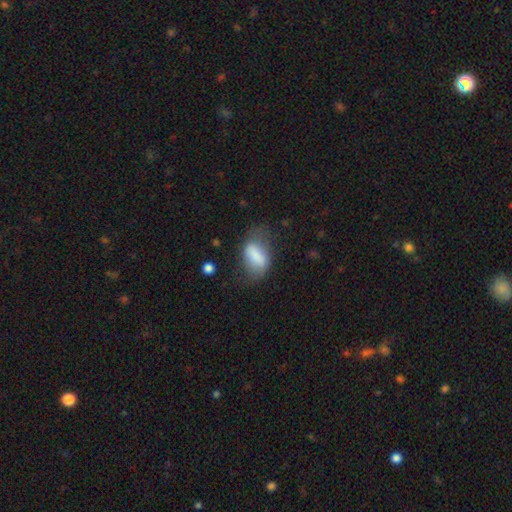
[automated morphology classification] A smooth galaxy with no disk features (73%) that is in between round and cigar-shaped (88%). Merging: none (43%).